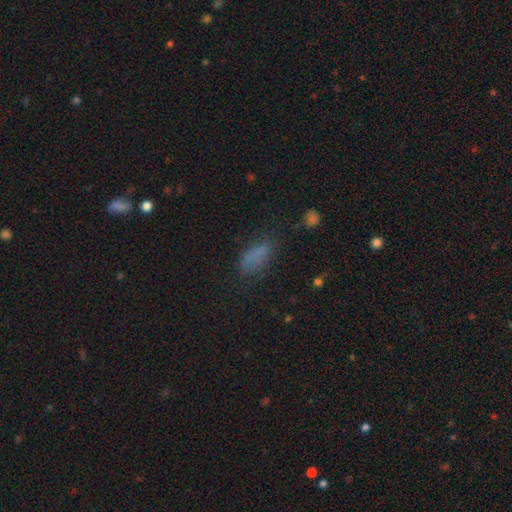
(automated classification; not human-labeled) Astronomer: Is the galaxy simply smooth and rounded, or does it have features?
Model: smooth — 75%.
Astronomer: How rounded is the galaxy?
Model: in between — 79%.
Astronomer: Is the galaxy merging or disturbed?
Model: none — 63%.